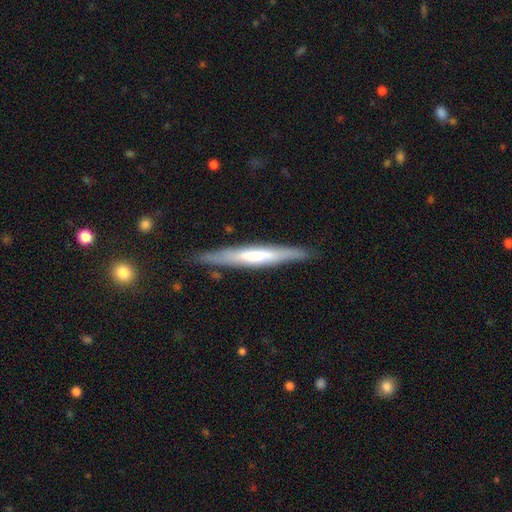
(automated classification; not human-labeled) smooth-or-featured: featured or disk: 48% | smooth: 47% | star or artifact: 5%
  merging: none: 84% | minor disturbance: 12% | major disturbance: 2% | merger: 2%